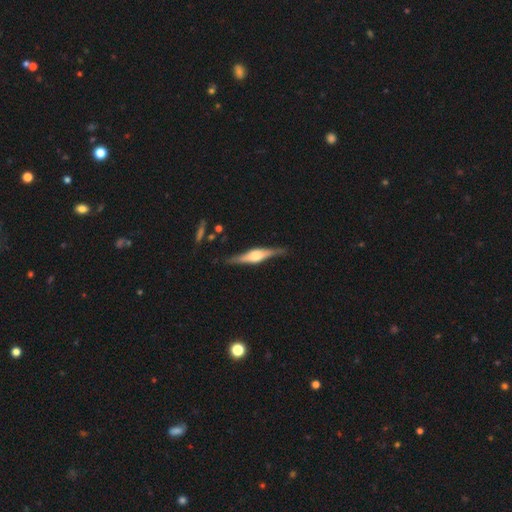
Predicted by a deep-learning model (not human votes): smooth-or-featured: featured or disk: 77% | smooth: 17% | star or artifact: 5%
  disk-edge-on: yes: 97% | no: 3%
    edge-on-bulge: rounded: 82% | boxy: 15% | none: 3%
  merging: none: 86% | minor disturbance: 10% | major disturbance: 2% | merger: 1%